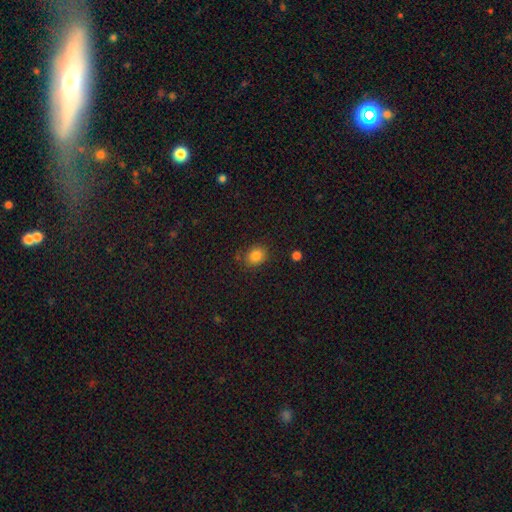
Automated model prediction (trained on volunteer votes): Q: Smooth or featured?
A: smooth (84%); runner-up: star or artifact (11%)
Q: How rounded?
A: round (63%); runner-up: in between (36%)
Q: Merging?
A: none (80%); runner-up: minor disturbance (14%)